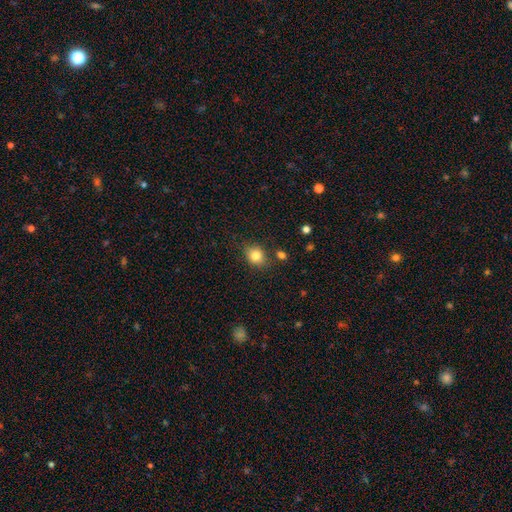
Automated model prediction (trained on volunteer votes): This is clearly a smooth galaxy (82%). How rounded: likely round (60%). Merging: likely none (78%).